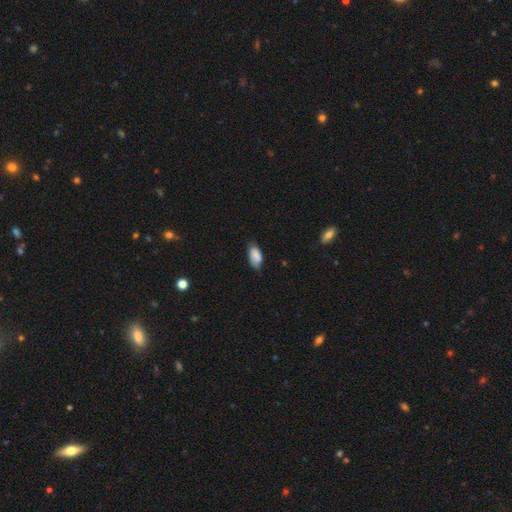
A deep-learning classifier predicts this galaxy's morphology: Smooth or featured? Predicted: smooth (p=0.83). How rounded? Predicted: in between (p=0.92). Merging? Predicted: none (p=0.60).